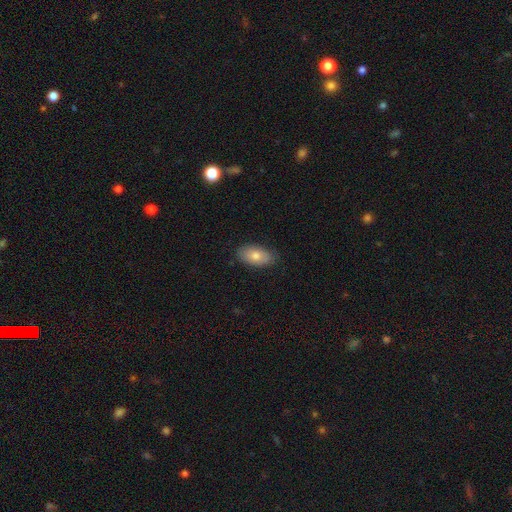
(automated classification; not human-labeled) This appears to be a smooth galaxy with no disk features (76%) that is in between round and cigar-shaped (93%). Merging: none (82%).